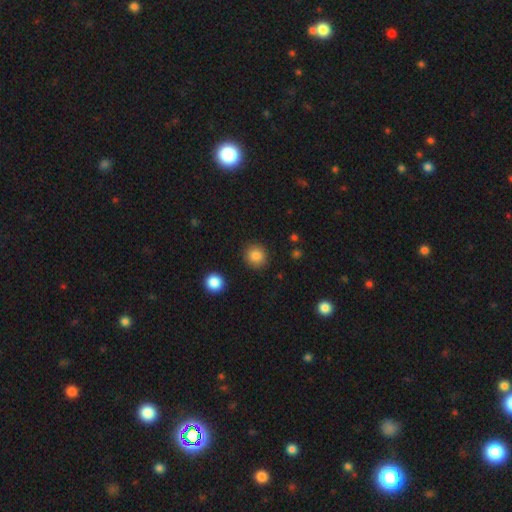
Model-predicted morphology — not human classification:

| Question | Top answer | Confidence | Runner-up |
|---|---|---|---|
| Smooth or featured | smooth | 86% | star or artifact (10%) |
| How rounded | round | 91% | in between (9%) |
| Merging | none | 90% | minor disturbance (6%) |